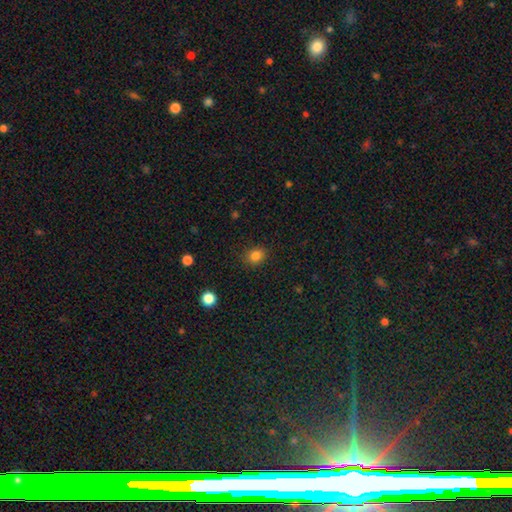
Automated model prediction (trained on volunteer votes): Smooth or featured? Predicted: smooth (p=0.83). How rounded? Predicted: round (p=0.63). Merging? Predicted: none (p=0.86).